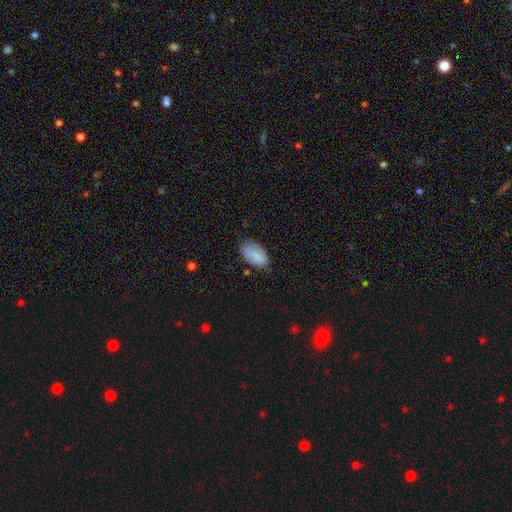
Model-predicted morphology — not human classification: Smooth or featured? Predicted: smooth (p=0.82). How rounded? Predicted: in between (p=0.94). Merging? Predicted: none (p=0.64).